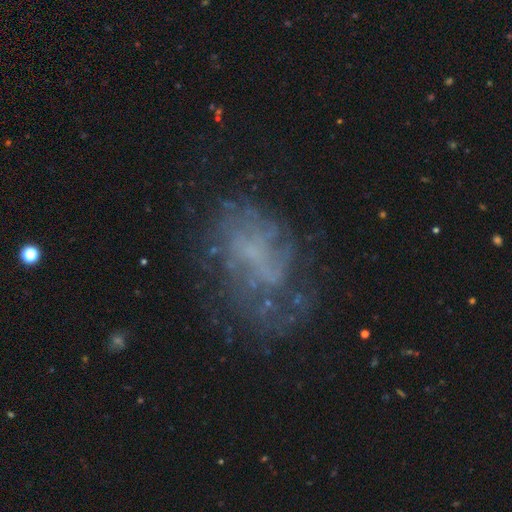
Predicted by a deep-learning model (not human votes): This is possibly a featured or disk galaxy (57%). It is clearly not viewed edge-on (97%). Bar: likely no (75%). Spiral arm pattern: likely no (61%). Central bulge: likely none (66%). Merging: possibly none (50%).